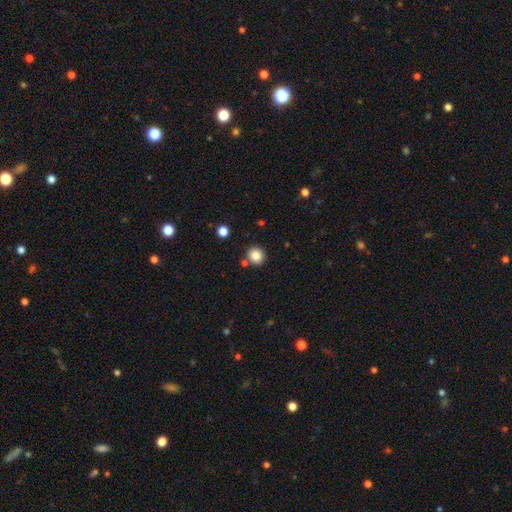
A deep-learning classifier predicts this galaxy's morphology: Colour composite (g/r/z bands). It shows a smooth galaxy with no disk features (85%) that is round (90%). Merging: none (83%).